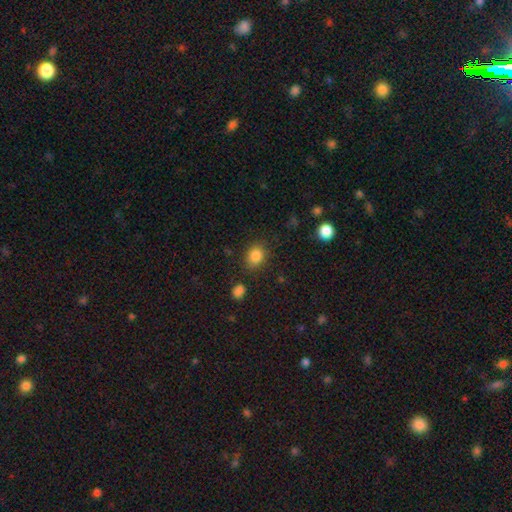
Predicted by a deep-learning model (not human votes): Morphology: type=smooth (85%); roundness=in between (51%); merging=none (81%).